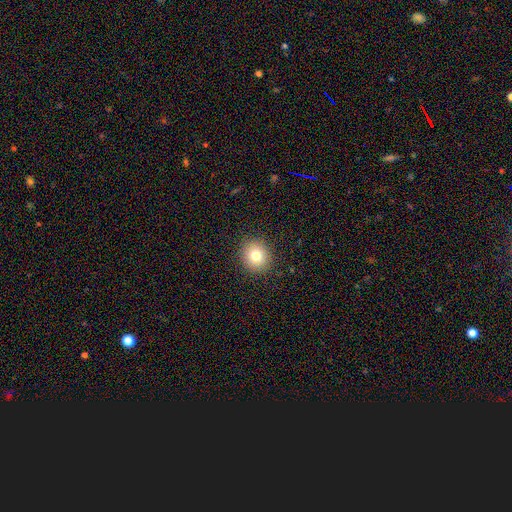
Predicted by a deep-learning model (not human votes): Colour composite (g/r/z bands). It shows a smooth galaxy with no disk features (78%) that is round (88%). Merging: none (91%).